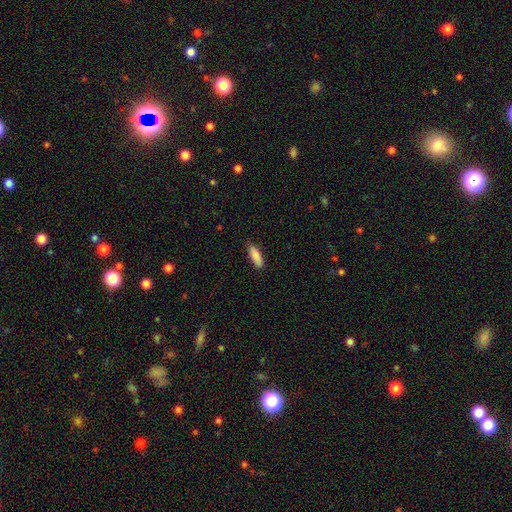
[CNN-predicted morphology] Q: Smooth or featured?
A: smooth (88%); runner-up: featured or disk (6%)
Q: How rounded?
A: in between (59%); runner-up: cigar-shaped (40%)
Q: Merging?
A: none (85%); runner-up: minor disturbance (12%)